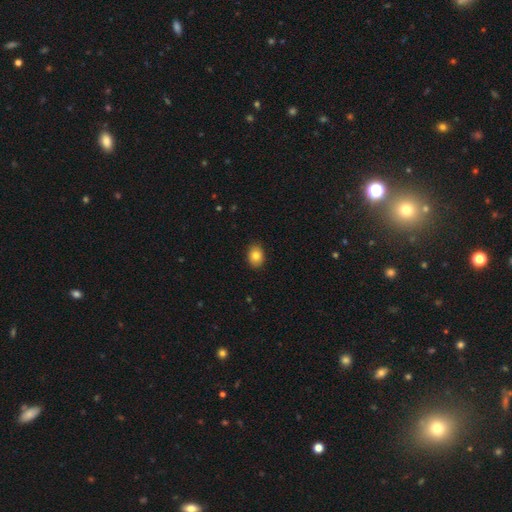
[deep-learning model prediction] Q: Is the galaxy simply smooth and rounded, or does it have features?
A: smooth — 83%.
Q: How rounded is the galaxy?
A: in between — 59%.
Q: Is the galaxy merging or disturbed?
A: none — 88%.